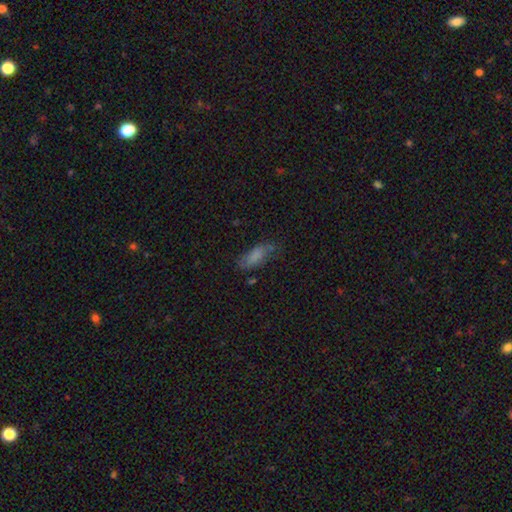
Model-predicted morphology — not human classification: Smooth or featured: smooth — 73% (featured or disk — 18%)
How rounded: in between — 75% (cigar-shaped — 22%)
Merging: none — 58% (minor disturbance — 28%)